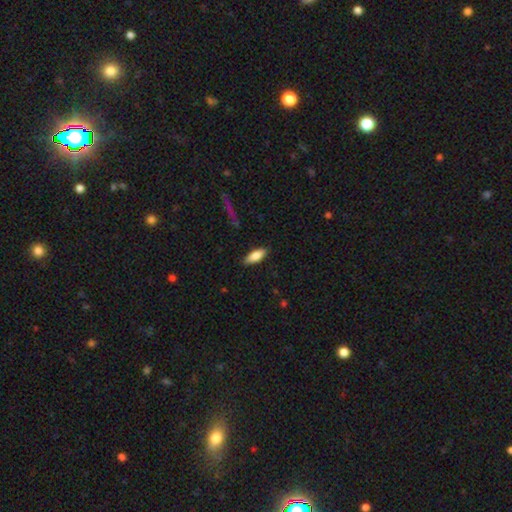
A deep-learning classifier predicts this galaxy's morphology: smooth_or_featured: smooth (p=0.82) [alt: featured or disk p=0.12]
how_rounded: in between (p=0.74) [alt: cigar-shaped p=0.24]
merging: none (p=0.85) [alt: minor disturbance p=0.11]